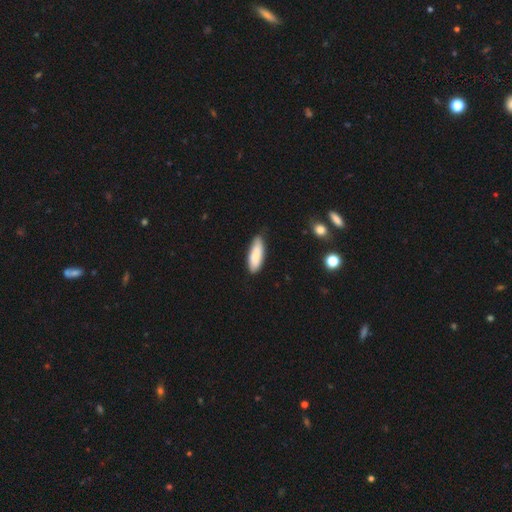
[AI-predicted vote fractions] This appears to be a smooth galaxy with no disk features (85%) that is in between round and cigar-shaped (60%). Merging: none (79%).